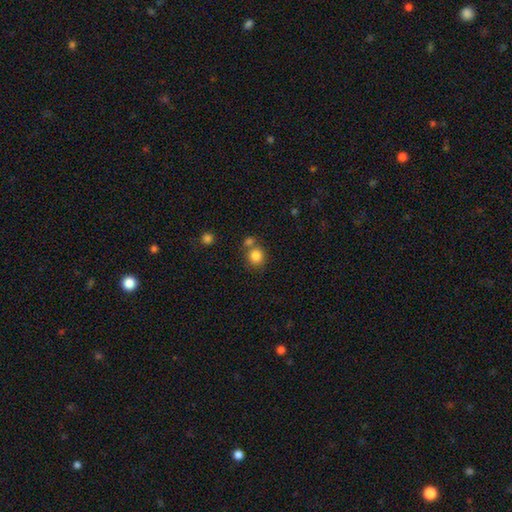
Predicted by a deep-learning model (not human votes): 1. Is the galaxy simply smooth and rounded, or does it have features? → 83% smooth, 11% star or artifact, 6% featured or disk.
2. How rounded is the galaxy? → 86% round, 13% in between, 1% cigar-shaped.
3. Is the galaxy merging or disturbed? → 63% none, 25% merger, 9% minor disturbance, 3% major disturbance.